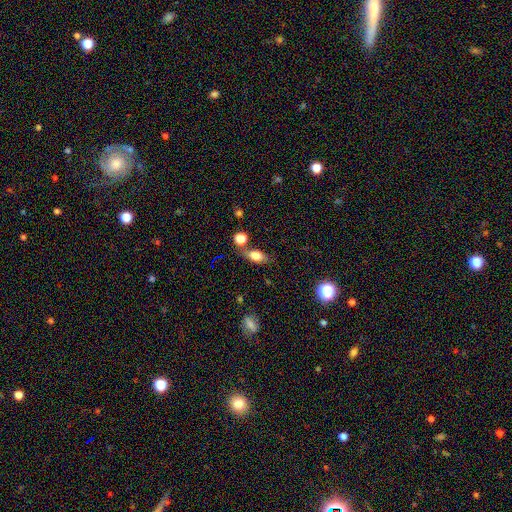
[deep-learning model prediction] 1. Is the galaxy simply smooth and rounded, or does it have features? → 73% smooth, 16% featured or disk, 10% star or artifact.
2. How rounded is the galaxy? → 79% in between, 12% round, 10% cigar-shaped.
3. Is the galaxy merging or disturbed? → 63% none, 17% minor disturbance, 15% merger, 6% major disturbance.